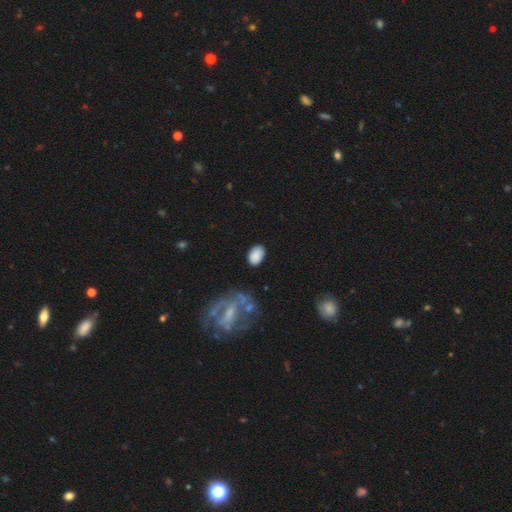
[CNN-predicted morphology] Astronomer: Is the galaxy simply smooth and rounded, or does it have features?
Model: smooth — 83%.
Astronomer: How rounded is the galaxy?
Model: in between — 84%.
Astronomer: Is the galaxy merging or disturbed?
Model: none — 75%.